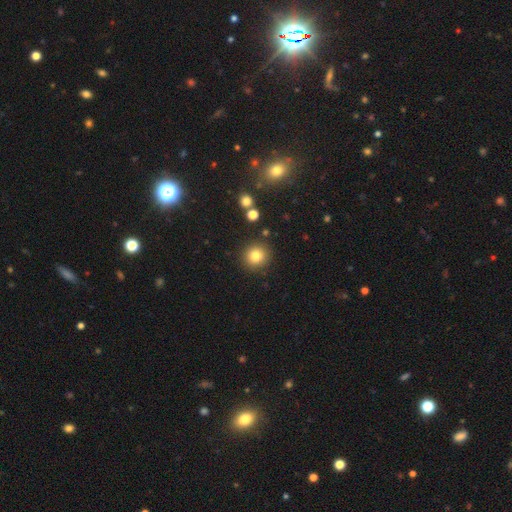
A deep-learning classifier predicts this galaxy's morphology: Overall: smooth (81%). How rounded: round (92%). Merging: none (88%).